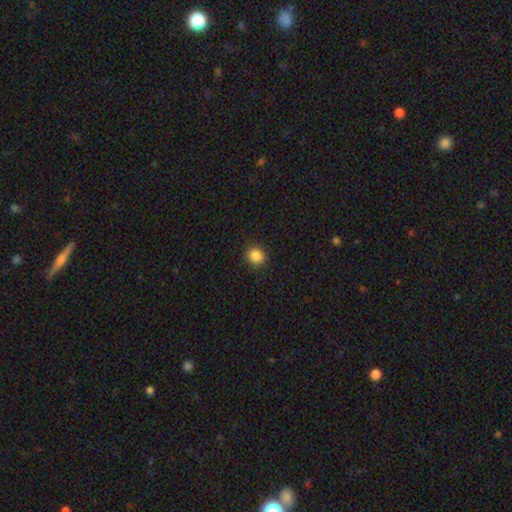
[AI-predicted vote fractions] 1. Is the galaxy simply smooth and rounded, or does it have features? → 87% smooth, 10% star or artifact, 3% featured or disk.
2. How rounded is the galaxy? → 81% round, 18% in between, 1% cigar-shaped.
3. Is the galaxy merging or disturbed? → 90% none, 7% minor disturbance, 2% major disturbance, 1% merger.